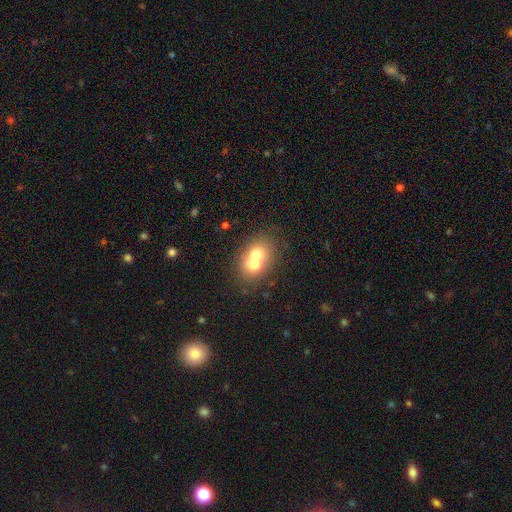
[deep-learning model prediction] This is likely a smooth galaxy (63%). How rounded: possibly round (51%). Merging: likely merger (67%).